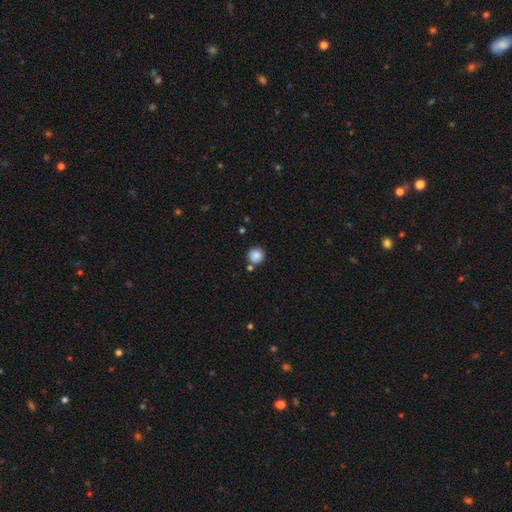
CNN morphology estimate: type=smooth (86%); roundness=round (94%); merging=none (78%).